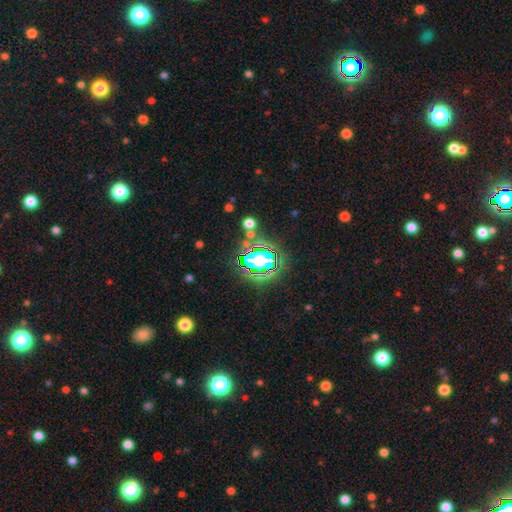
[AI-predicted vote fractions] Smooth or featured? Predicted: star or artifact (p=0.74).